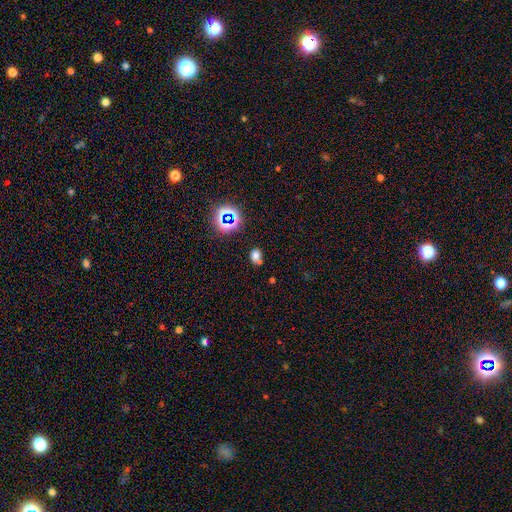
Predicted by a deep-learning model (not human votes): Smooth or featured? Predicted: smooth (p=0.66). How rounded? Predicted: in between (p=0.56). Merging? Predicted: none (p=0.59).